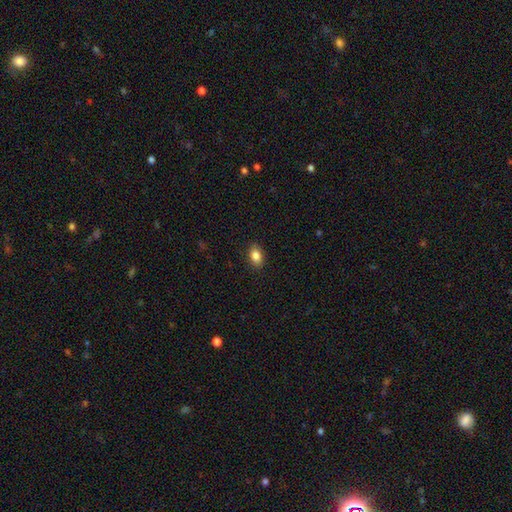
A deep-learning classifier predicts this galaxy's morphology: smooth_or_featured: smooth (p=0.84) [alt: star or artifact p=0.09]
how_rounded: in between (p=0.84) [alt: round p=0.14]
merging: none (p=0.88) [alt: minor disturbance p=0.09]